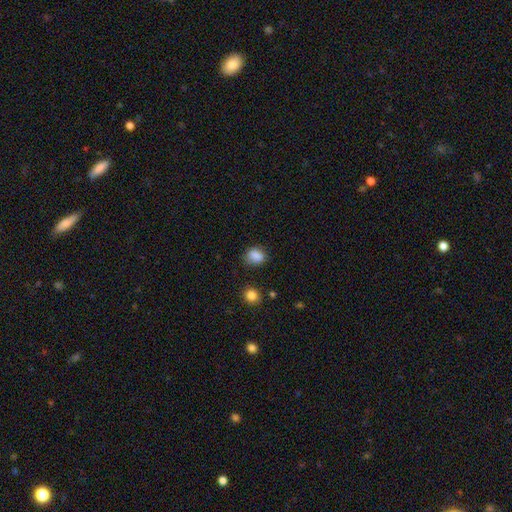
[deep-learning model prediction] Smooth or featured: smooth — 84% (star or artifact — 10%)
How rounded: in between — 57% (round — 42%)
Merging: none — 68% (minor disturbance — 22%)